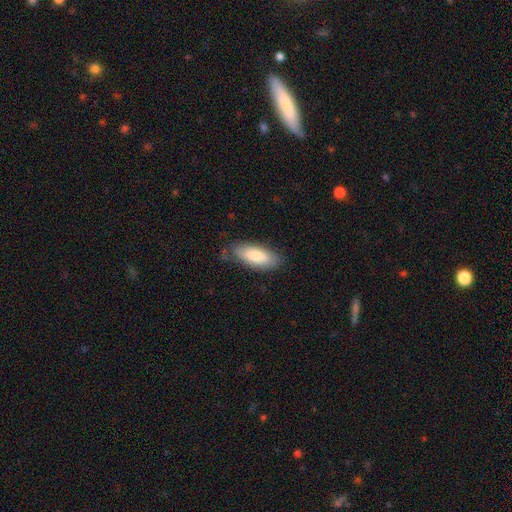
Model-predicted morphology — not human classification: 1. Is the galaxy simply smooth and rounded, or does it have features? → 80% smooth, 14% featured or disk, 6% star or artifact.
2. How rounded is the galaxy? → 81% in between, 18% cigar-shaped, 2% round.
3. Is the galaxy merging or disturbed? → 75% none, 20% minor disturbance, 4% major disturbance, 2% merger.